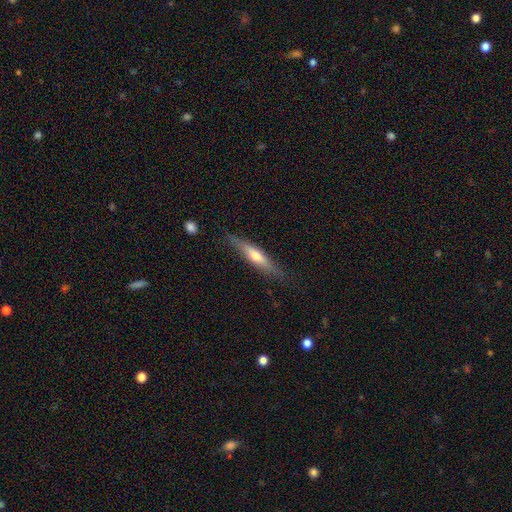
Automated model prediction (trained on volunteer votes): Q: Smooth or featured?
A: featured or disk (54%); runner-up: smooth (40%)
Q: Edge-on disk?
A: yes (94%); runner-up: no (6%)
Q: Edge-on bulge?
A: rounded (82%); runner-up: none (11%)
Q: Merging?
A: none (84%); runner-up: minor disturbance (12%)